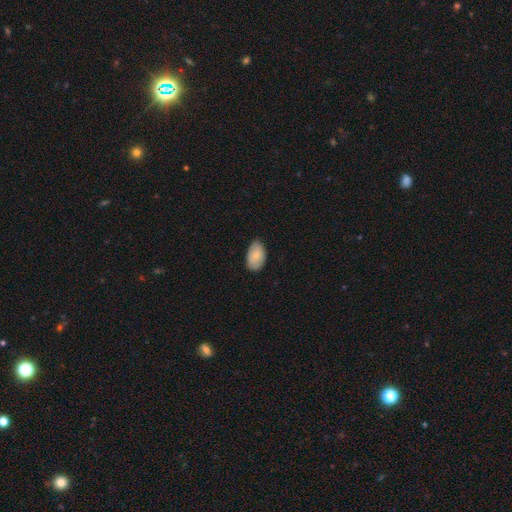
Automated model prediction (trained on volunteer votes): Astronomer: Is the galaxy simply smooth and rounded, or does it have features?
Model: smooth — 78%.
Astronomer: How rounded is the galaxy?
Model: in between — 92%.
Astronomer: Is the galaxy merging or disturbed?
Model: none — 75%.